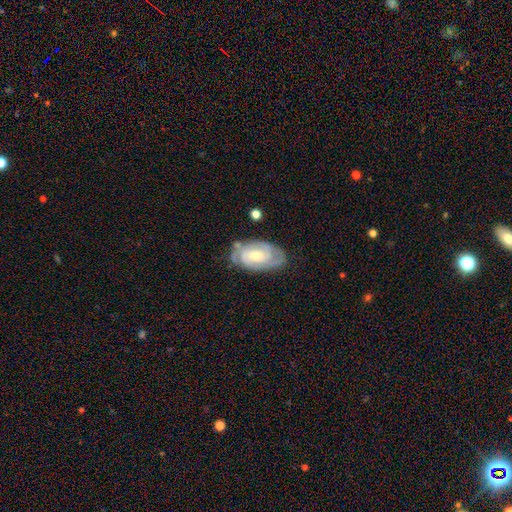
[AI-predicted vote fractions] smooth-or-featured: featured or disk: 80% | smooth: 14% | star or artifact: 5%
  disk-edge-on: no: 96% | yes: 4%
    bar: no: 59% | weak: 34% | strong: 7%
    has-spiral-arms: yes: 94% | no: 6%
      spiral-winding: tight: 66% | medium: 28% | loose: 6%
      spiral-arm-count: 2: 36% | can't tell: 28% | 3: 23% | 4: 6% | 1: 4% | more than 4: 3%
    bulge-size: small: 56% | moderate: 40% | large: 2% | none: 1% | dominant: 1%
  merging: none: 71% | minor disturbance: 20% | major disturbance: 6% | merger: 3%